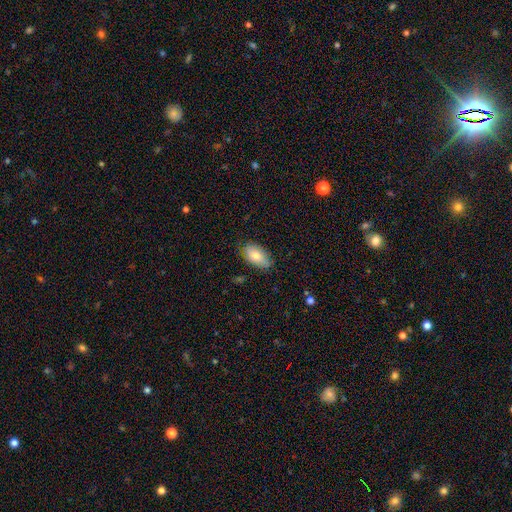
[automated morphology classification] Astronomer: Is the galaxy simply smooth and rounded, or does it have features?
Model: smooth — 75%.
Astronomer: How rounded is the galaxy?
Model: in between — 92%.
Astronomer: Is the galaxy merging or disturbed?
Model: none — 74%.